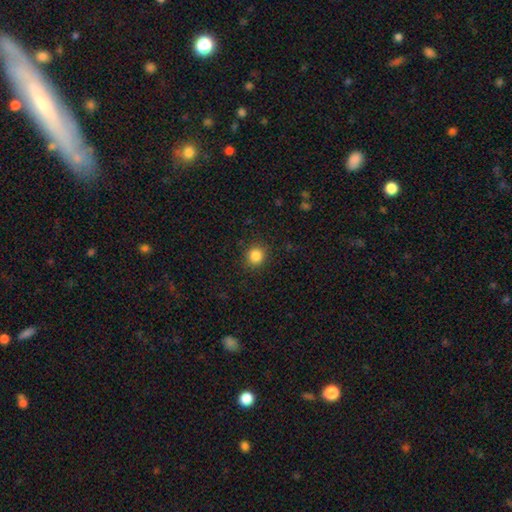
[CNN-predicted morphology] Q: Smooth or featured?
A: smooth (85%); runner-up: star or artifact (11%)
Q: How rounded?
A: round (89%); runner-up: in between (10%)
Q: Merging?
A: none (89%); runner-up: minor disturbance (7%)